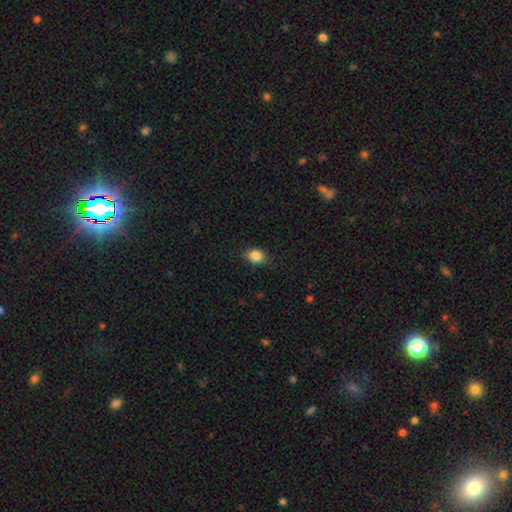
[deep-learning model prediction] Smooth or featured? Predicted: smooth (p=0.86). How rounded? Predicted: in between (p=0.53). Merging? Predicted: none (p=0.82).